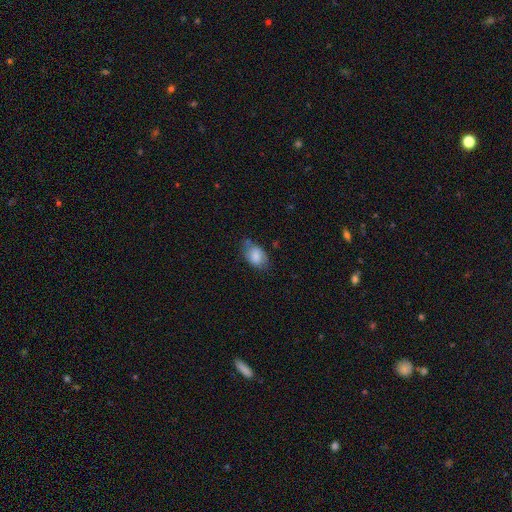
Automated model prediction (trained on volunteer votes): smooth 77%, featured or disk 15%, star or artifact 7%. Down the decision tree: how rounded — in between (86%); merging — none (59%).